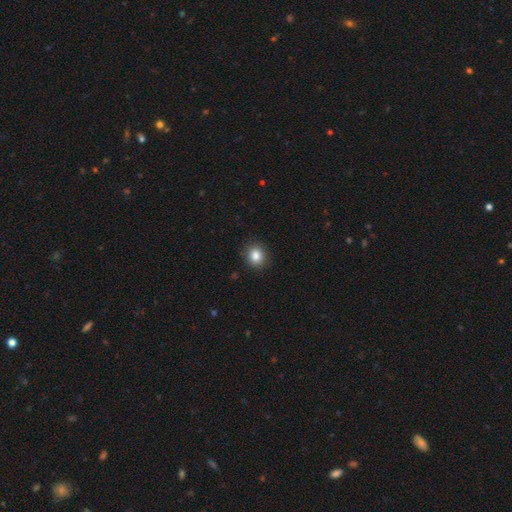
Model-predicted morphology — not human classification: A smooth galaxy with no disk features (84%) that is round (81%).

Vote fractions:
- Smooth or featured? smooth: 84% / star or artifact: 10% / featured or disk: 6%
- How rounded? round: 81% / in between: 18% / cigar-shaped: 1%
- Merging? none: 90% / minor disturbance: 7% / major disturbance: 2% / merger: 1%